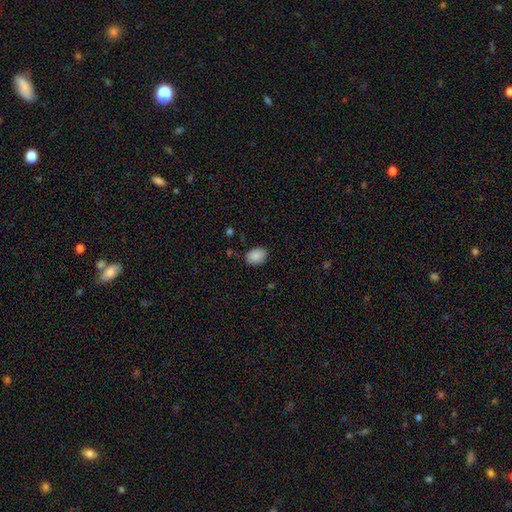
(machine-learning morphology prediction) The model was most divided on "how rounded": in between: 77%, round: 22%, cigar-shaped: 1%. More confident: smooth or featured — smooth (88%); merging — none (80%).